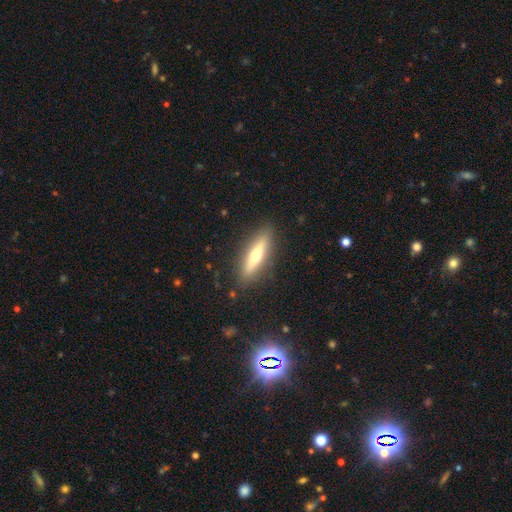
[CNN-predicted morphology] featured or disk 49%, smooth 44%, star or artifact 7%. Down the decision tree: merging — none (88%).